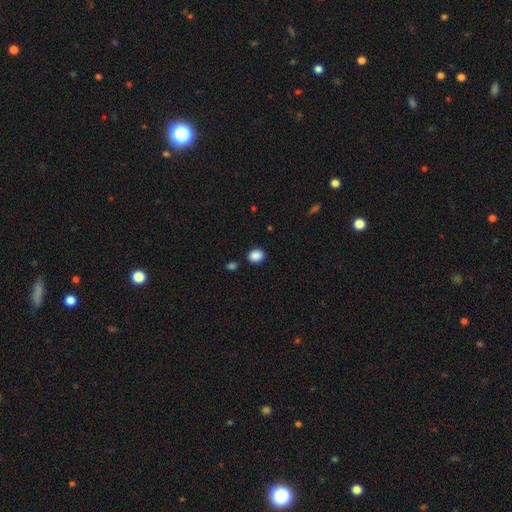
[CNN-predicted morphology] Q: Smooth or featured?
A: smooth (88%); runner-up: star or artifact (9%)
Q: How rounded?
A: round (51%); runner-up: in between (48%)
Q: Merging?
A: none (86%); runner-up: minor disturbance (8%)